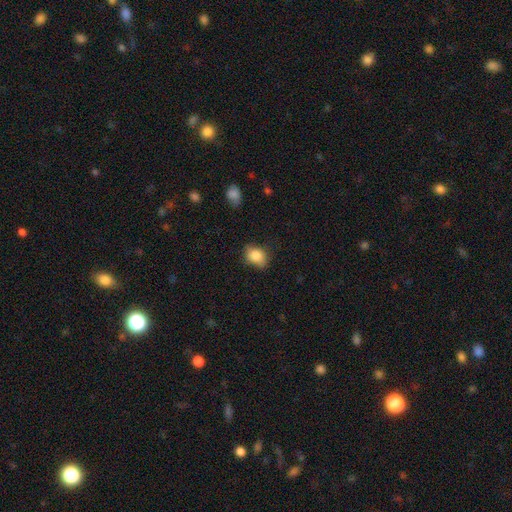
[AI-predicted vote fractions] smooth 86%, star or artifact 8%, featured or disk 6%. Down the decision tree: how rounded — in between (66%); merging — none (68%).